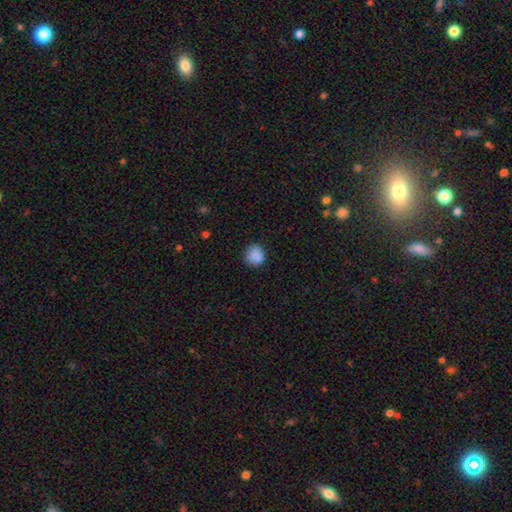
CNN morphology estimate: smooth_or_featured: smooth (p=0.87) [alt: star or artifact p=0.09]
how_rounded: round (p=0.81) [alt: in between p=0.18]
merging: none (p=0.81) [alt: minor disturbance p=0.15]